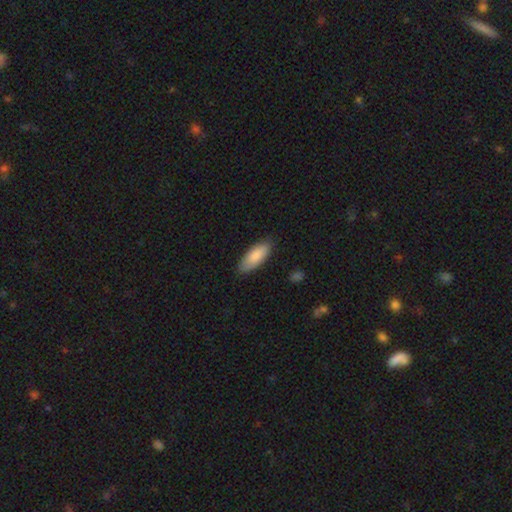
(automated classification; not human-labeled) smooth 86%, featured or disk 9%, star or artifact 5%. Down the decision tree: how rounded — in between (78%); merging — none (84%).